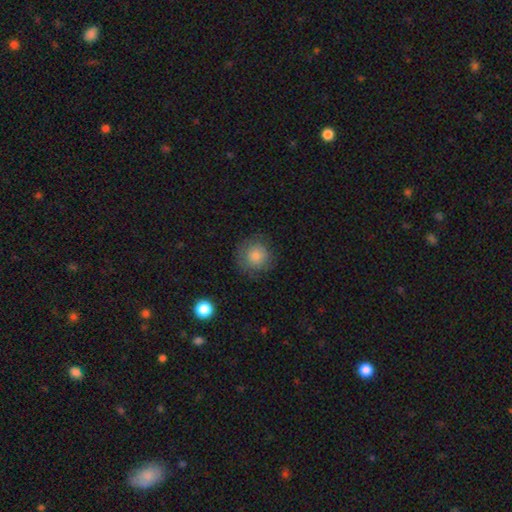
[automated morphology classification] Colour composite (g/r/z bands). It shows a smooth galaxy with no disk features (80%) that is round (93%). Merging: none (80%).